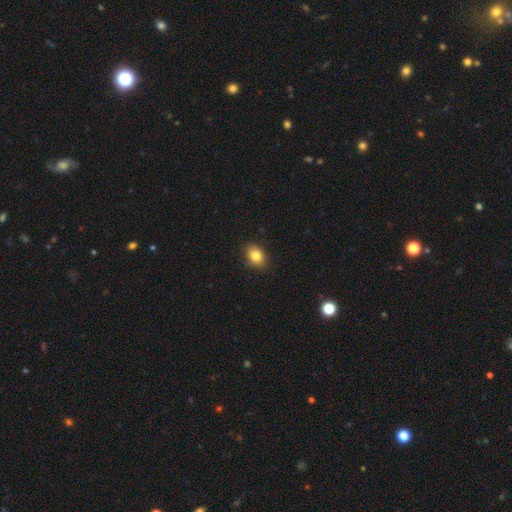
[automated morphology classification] This appears to be a smooth galaxy with no disk features (83%) that is in between round and cigar-shaped (72%). Merging: none (86%).